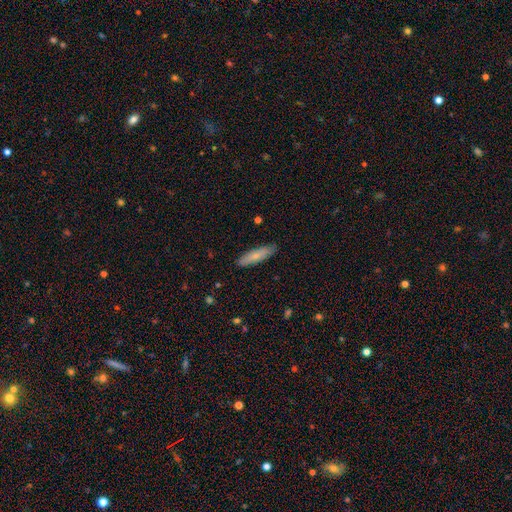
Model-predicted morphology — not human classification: The model was most divided on "how rounded": cigar-shaped: 72%, in between: 27%, round: 2%. More confident: merging — none (88%); smooth or featured — smooth (72%).